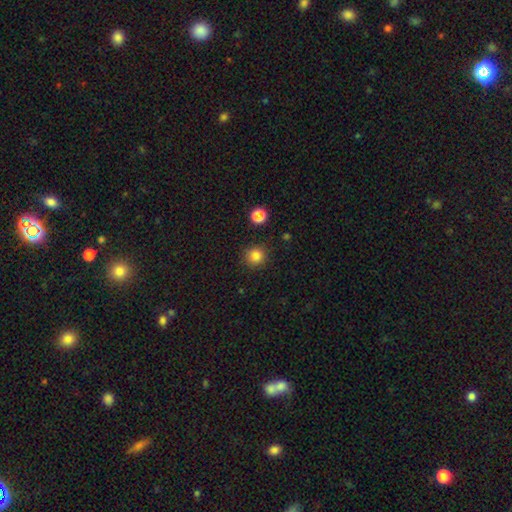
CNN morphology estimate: type=smooth (83%); roundness=round (93%); merging=none (88%).